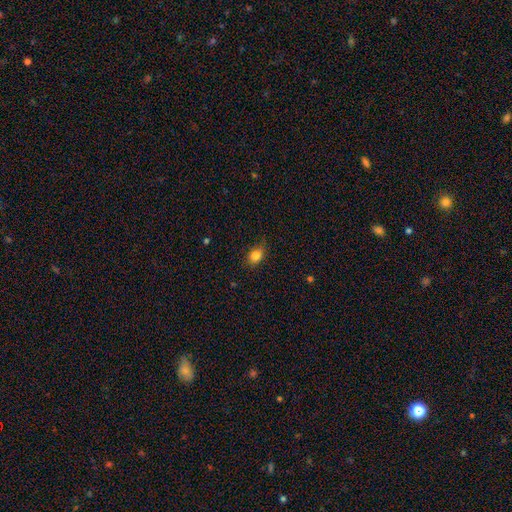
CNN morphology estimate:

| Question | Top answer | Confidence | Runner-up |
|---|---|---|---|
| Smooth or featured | smooth | 84% | star or artifact (10%) |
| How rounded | in between | 65% | round (33%) |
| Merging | none | 76% | minor disturbance (19%) |